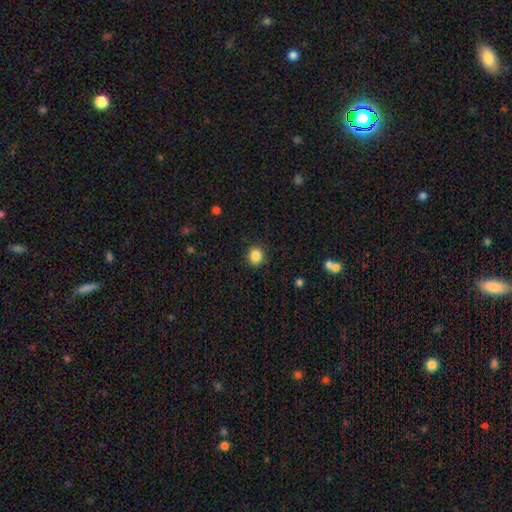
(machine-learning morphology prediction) This is clearly a smooth galaxy (86%). How rounded: clearly round (83%). Merging: clearly none (90%).